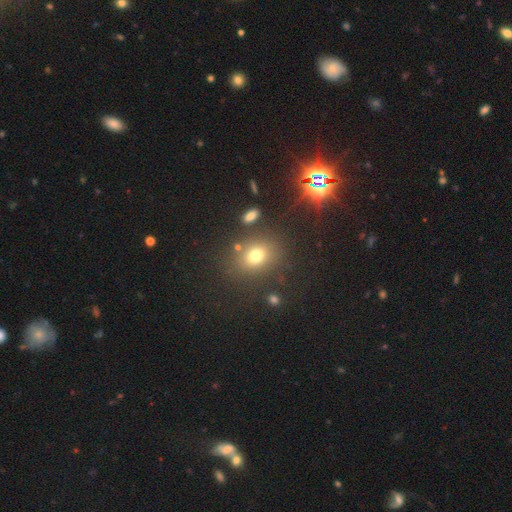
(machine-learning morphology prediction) A smooth galaxy with no disk features (72%) that is round (54%). Merging: none (79%).